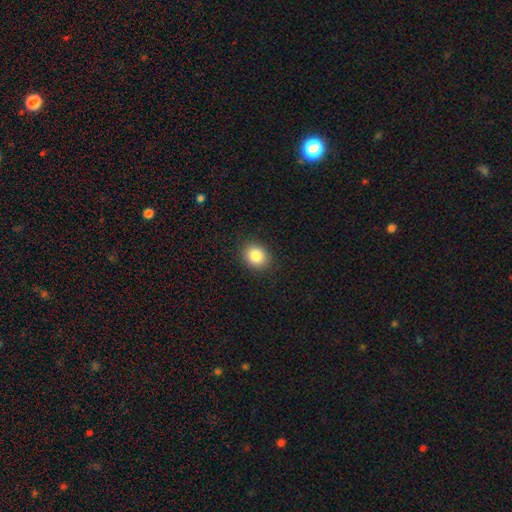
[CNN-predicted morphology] smooth_or_featured: smooth (p=0.85) [alt: star or artifact p=0.09]
how_rounded: round (p=0.67) [alt: in between p=0.32]
merging: none (p=0.89) [alt: minor disturbance p=0.08]